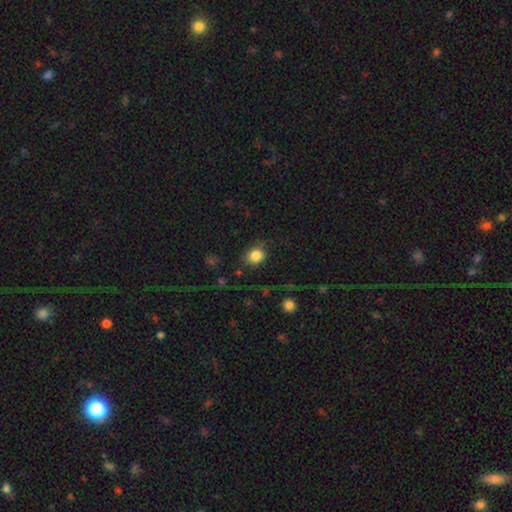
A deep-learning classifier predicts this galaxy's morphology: A smooth galaxy with no disk features (84%) that is round (69%). Merging: none (74%).